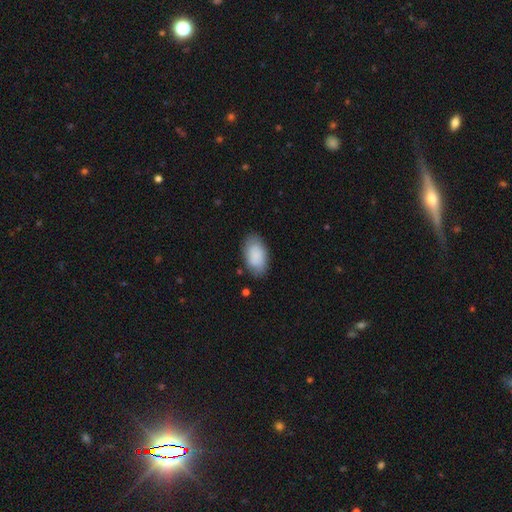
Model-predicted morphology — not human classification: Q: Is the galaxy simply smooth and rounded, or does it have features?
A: smooth — 84%.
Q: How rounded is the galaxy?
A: in between — 94%.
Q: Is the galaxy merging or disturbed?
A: none — 78%.